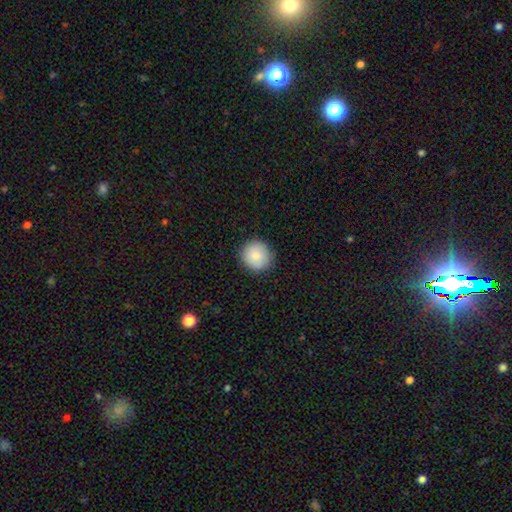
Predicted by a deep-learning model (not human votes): Smooth or featured? Predicted: smooth (p=0.84). How rounded? Predicted: round (p=0.92). Merging? Predicted: none (p=0.89).